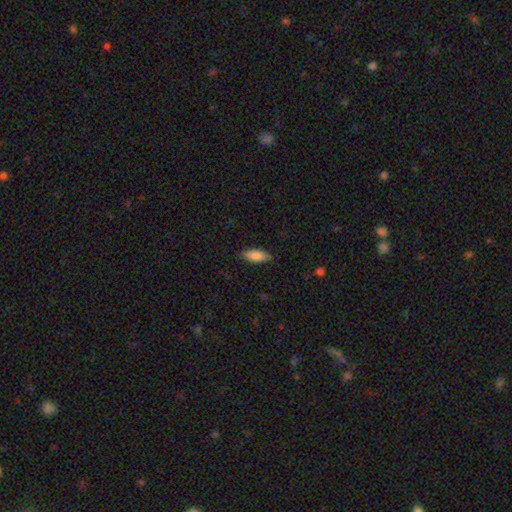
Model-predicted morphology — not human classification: Q: Smooth or featured?
A: smooth (85%); runner-up: featured or disk (9%)
Q: How rounded?
A: in between (68%); runner-up: cigar-shaped (30%)
Q: Merging?
A: none (85%); runner-up: minor disturbance (12%)